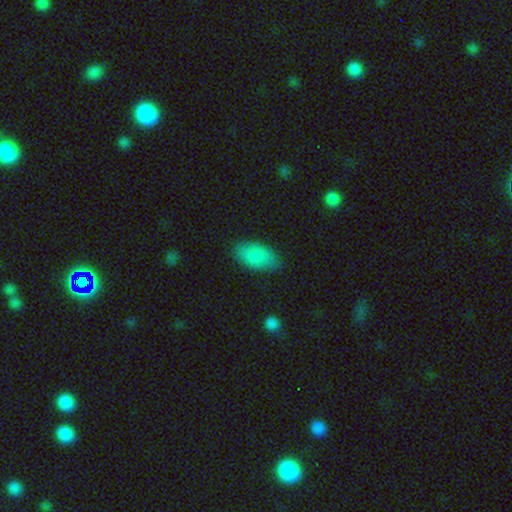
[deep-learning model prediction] Q: Smooth or featured?
A: smooth (85%); runner-up: featured or disk (7%)
Q: How rounded?
A: in between (93%); runner-up: round (4%)
Q: Merging?
A: none (78%); runner-up: minor disturbance (17%)